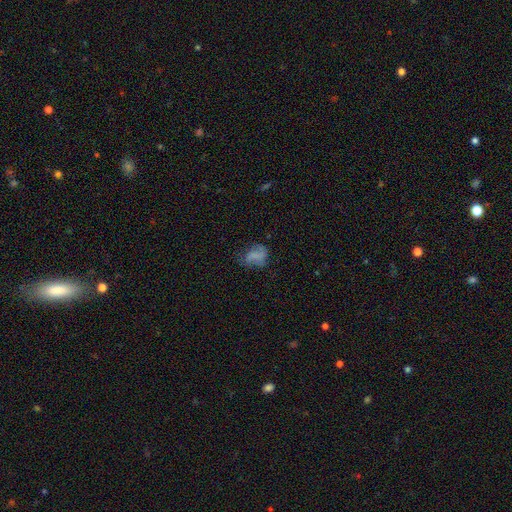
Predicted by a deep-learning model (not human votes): Smooth or featured? smooth (54%)
How rounded? in between (67%)
Merging? none (44%)